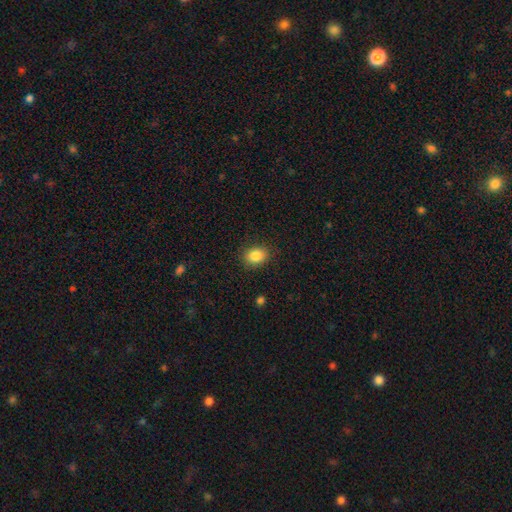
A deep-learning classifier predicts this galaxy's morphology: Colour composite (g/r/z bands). It shows a smooth galaxy with no disk features (85%) that is in between round and cigar-shaped (57%). Merging: none (88%).